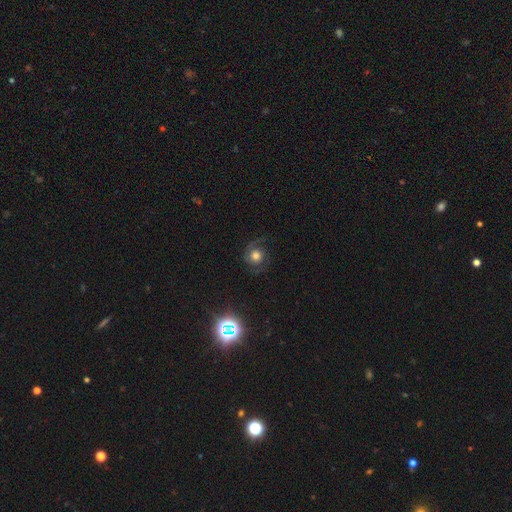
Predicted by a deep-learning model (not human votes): A featured or disk galaxy (59%) with no bar (77%), 2 (73%) medium (45%) spiral arms (90%) and a moderate central bulge (49%). Merging: none (69%).